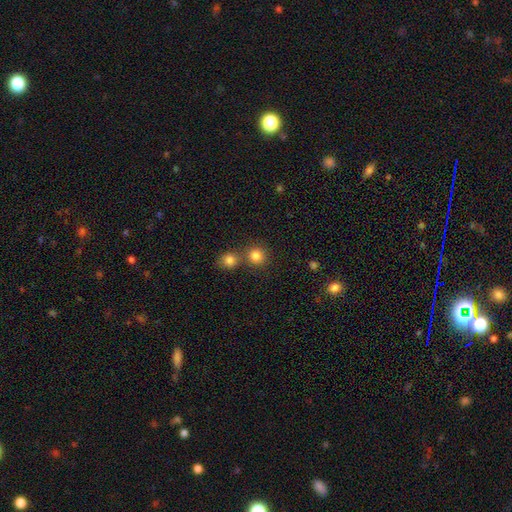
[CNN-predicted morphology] Smooth or featured?
  - smooth: 82% *
  - star or artifact: 12%
  - featured or disk: 5%
How rounded?
  - round: 90% *
  - in between: 9%
  - cigar-shaped: 1%
Merging?
  - none: 65% *
  - merger: 26%
  - minor disturbance: 6%
  - major disturbance: 3%